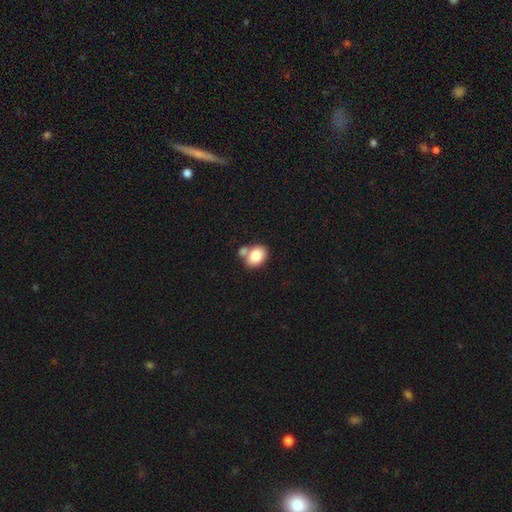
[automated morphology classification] Q: Smooth or featured?
A: smooth (82%); runner-up: featured or disk (10%)
Q: How rounded?
A: in between (61%); runner-up: round (38%)
Q: Merging?
A: none (46%); runner-up: merger (38%)